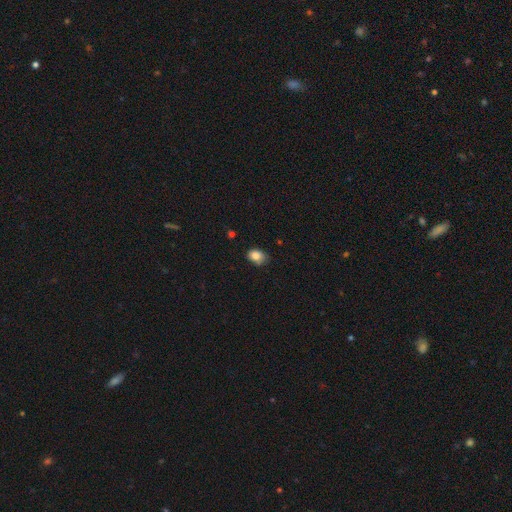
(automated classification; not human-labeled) Morphology: type=smooth (84%); roundness=in between (68%); merging=none (64%).